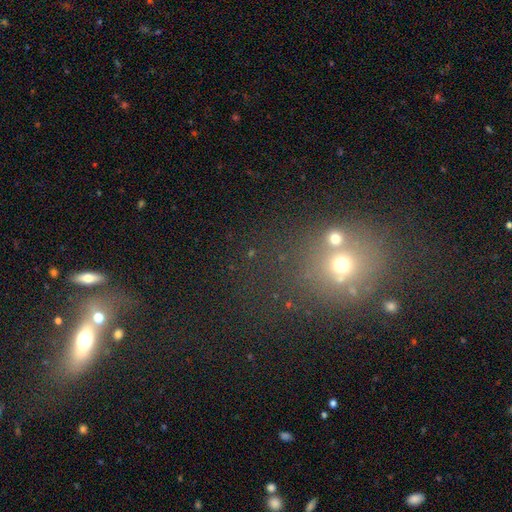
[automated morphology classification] Overall: smooth (48%; star or artifact 36%). Merging: none (49%; merger 30%).